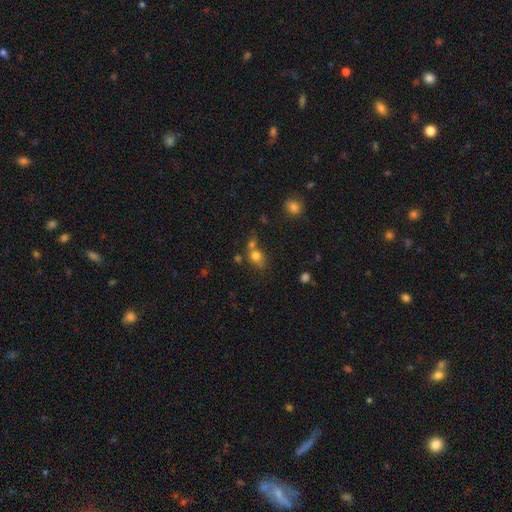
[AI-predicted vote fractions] smooth 77%, star or artifact 13%, featured or disk 10%. Down the decision tree: how rounded — round (59%); merging — none (42%).